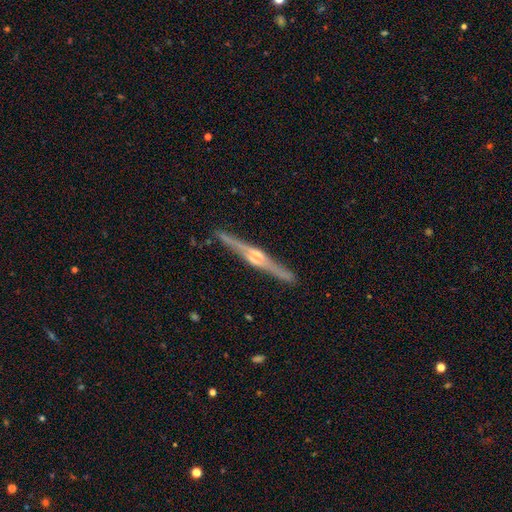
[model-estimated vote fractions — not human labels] Q: Smooth or featured?
A: featured or disk (82%); runner-up: smooth (12%)
Q: Edge-on disk?
A: yes (98%); runner-up: no (2%)
Q: Edge-on bulge?
A: rounded (75%); runner-up: boxy (15%)
Q: Merging?
A: none (87%); runner-up: minor disturbance (9%)